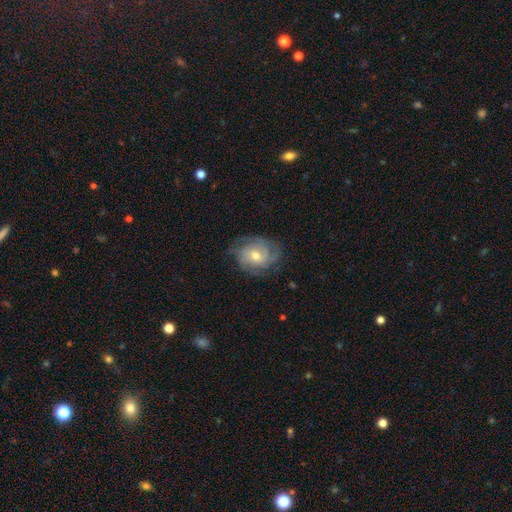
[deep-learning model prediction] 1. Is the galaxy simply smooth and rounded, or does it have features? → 79% featured or disk, 14% smooth, 7% star or artifact.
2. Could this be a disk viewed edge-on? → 97% no, 3% yes.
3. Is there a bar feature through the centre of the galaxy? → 66% no, 29% weak, 5% strong.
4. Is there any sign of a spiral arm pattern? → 94% yes, 6% no.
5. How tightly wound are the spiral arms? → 60% tight, 31% medium, 8% loose.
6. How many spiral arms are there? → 30% can't tell, 27% 3, 18% 4, 14% 2, 6% more than 4, 6% 1.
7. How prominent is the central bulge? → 57% moderate, 38% small, 3% large, 1% none, 1% dominant.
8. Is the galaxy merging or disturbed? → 75% none, 17% minor disturbance, 7% major disturbance, 1% merger.